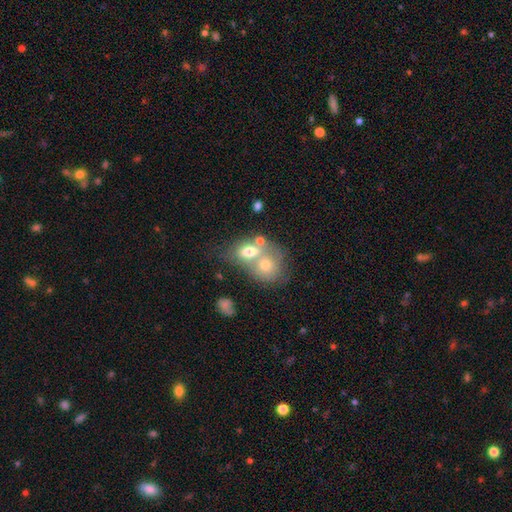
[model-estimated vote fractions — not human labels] This appears to be a smooth galaxy with no disk features (55%) that is round (52%). Merging: merger (69%).